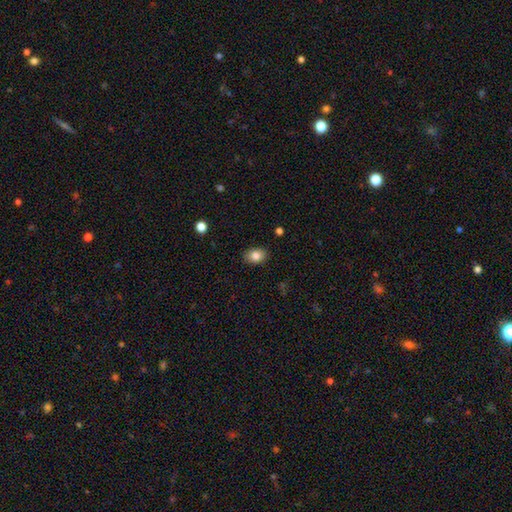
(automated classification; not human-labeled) Smooth or featured?
  - smooth: 85% *
  - star or artifact: 9%
  - featured or disk: 7%
How rounded?
  - in between: 73% *
  - round: 26%
  - cigar-shaped: 1%
Merging?
  - none: 87% *
  - minor disturbance: 10%
  - major disturbance: 2%
  - merger: 1%